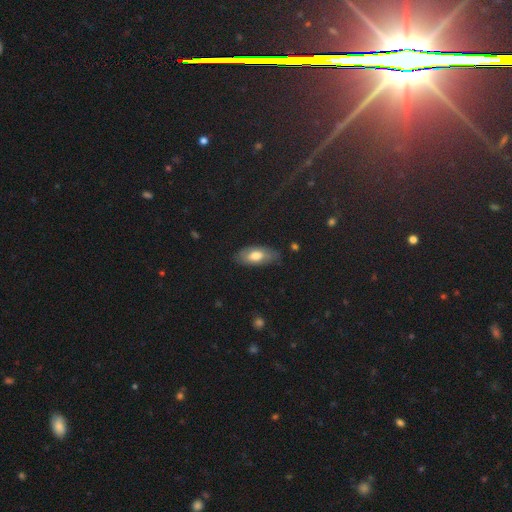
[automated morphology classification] Smooth or featured: smooth — 60% (featured or disk — 33%)
How rounded: in between — 90% (cigar-shaped — 7%)
Merging: none — 76% (minor disturbance — 18%)